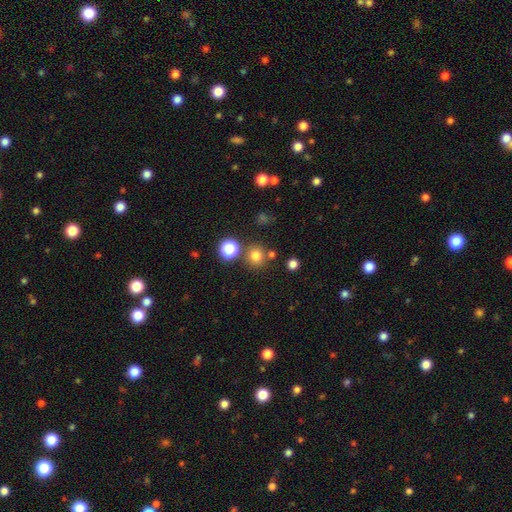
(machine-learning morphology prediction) The model was most divided on "smooth or featured": smooth: 76%, star or artifact: 18%, featured or disk: 6%. More confident: how rounded — round (90%); merging — none (78%).